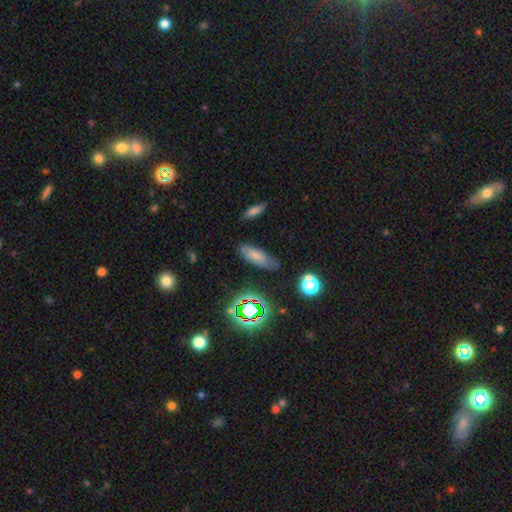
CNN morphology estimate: Q: Smooth or featured?
A: smooth (71%); runner-up: star or artifact (14%)
Q: How rounded?
A: in between (67%); runner-up: cigar-shaped (30%)
Q: Merging?
A: none (75%); runner-up: minor disturbance (18%)